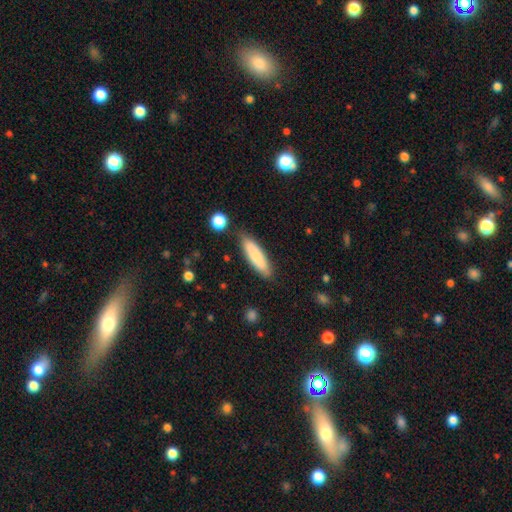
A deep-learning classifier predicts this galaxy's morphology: Smooth or featured?
  - smooth: 81% *
  - featured or disk: 13%
  - star or artifact: 6%
How rounded?
  - cigar-shaped: 65% *
  - in between: 33%
  - round: 1%
Merging?
  - none: 82% *
  - minor disturbance: 13%
  - merger: 3%
  - major disturbance: 2%